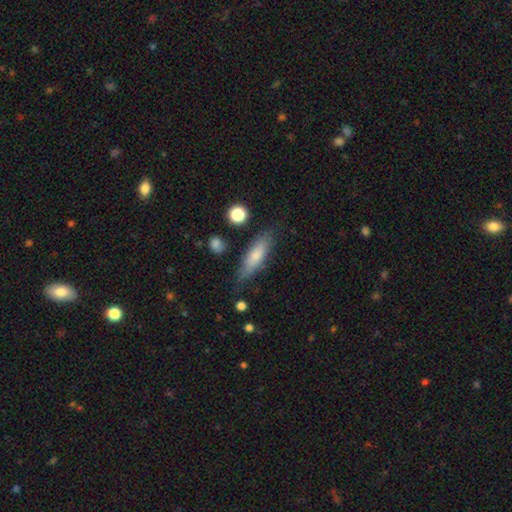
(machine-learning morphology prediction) This is likely a smooth galaxy (74%). How rounded: possibly cigar-shaped (59%). Merging: likely none (76%).